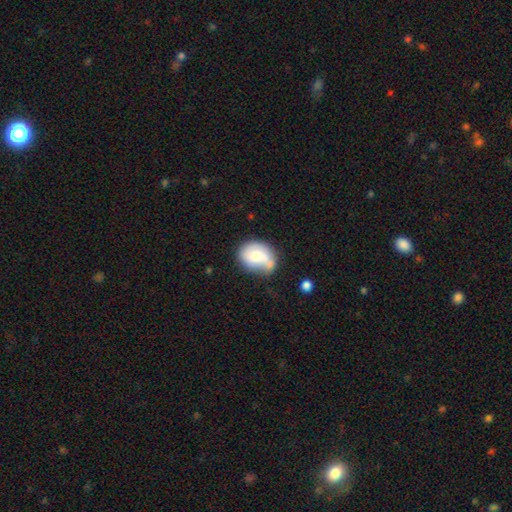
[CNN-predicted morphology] A smooth galaxy with no disk features (60%) that is in between round and cigar-shaped (55%).

Vote fractions:
- Smooth or featured? smooth: 60% / featured or disk: 33% / star or artifact: 7%
- How rounded? in between: 55% / round: 44% / cigar-shaped: 1%
- Merging? none: 36% / minor disturbance: 29% / merger: 20% / major disturbance: 16%